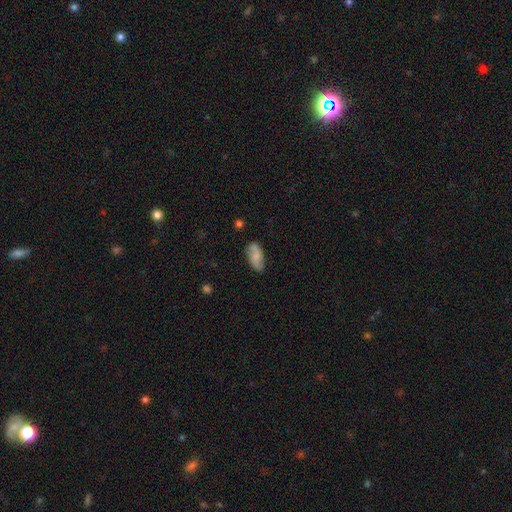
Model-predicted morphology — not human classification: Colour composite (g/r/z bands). It shows a smooth galaxy with no disk features (64%) that is in between round and cigar-shaped (90%). Merging: none (78%).